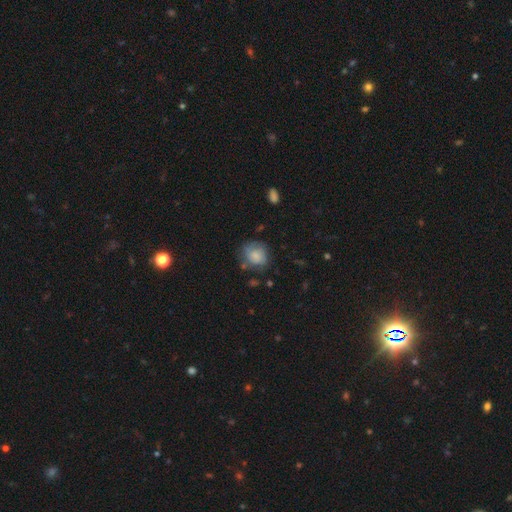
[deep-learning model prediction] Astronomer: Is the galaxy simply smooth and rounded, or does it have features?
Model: smooth — 71%.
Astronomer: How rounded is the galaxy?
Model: round — 69%.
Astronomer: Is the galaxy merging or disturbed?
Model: none — 56%.